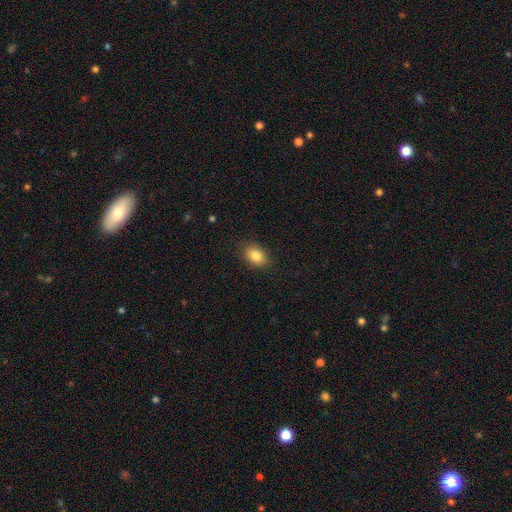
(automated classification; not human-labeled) Q: Smooth or featured?
A: smooth (84%); runner-up: star or artifact (9%)
Q: How rounded?
A: in between (79%); runner-up: round (20%)
Q: Merging?
A: none (87%); runner-up: minor disturbance (10%)